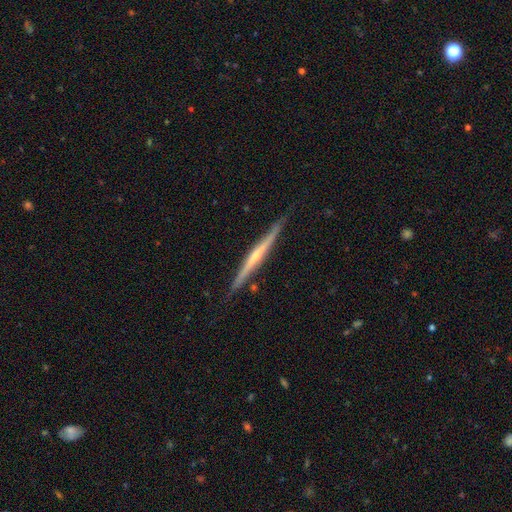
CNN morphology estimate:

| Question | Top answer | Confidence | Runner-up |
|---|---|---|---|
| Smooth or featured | featured or disk | 75% | smooth (20%) |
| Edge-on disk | yes | 98% | no (2%) |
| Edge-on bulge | rounded | 59% | none (35%) |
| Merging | none | 84% | minor disturbance (12%) |